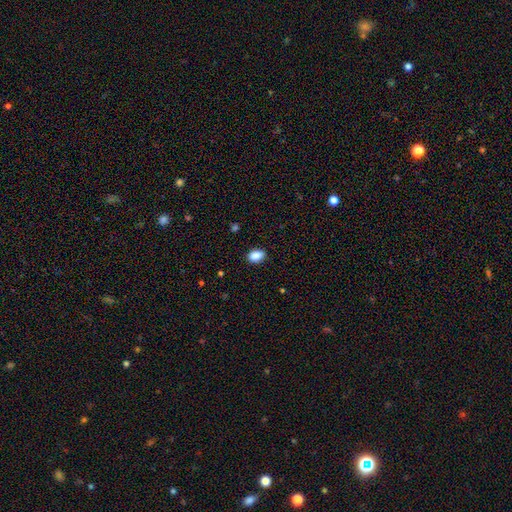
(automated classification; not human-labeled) smooth_or_featured: smooth (p=0.88) [alt: star or artifact p=0.08]
how_rounded: in between (p=0.82) [alt: round p=0.16]
merging: none (p=0.87) [alt: minor disturbance p=0.10]